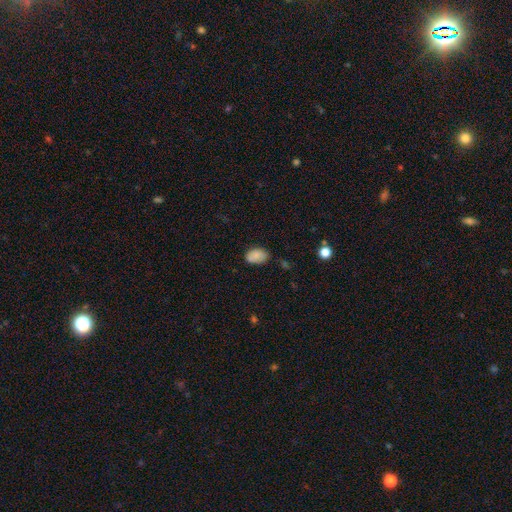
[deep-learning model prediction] A smooth galaxy with no disk features (85%) that is in between round and cigar-shaped (88%). Merging: none (71%).